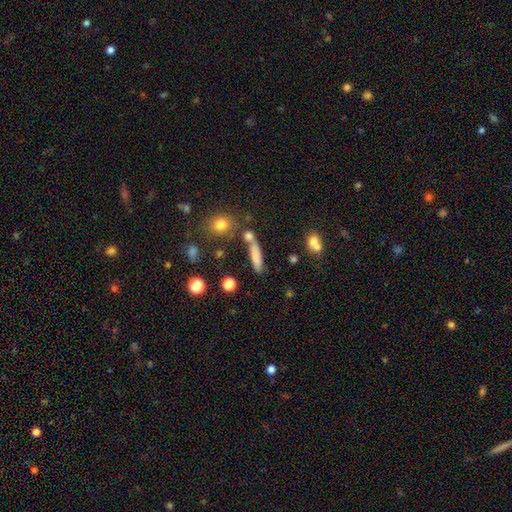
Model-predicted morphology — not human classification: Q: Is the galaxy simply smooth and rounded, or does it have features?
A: smooth — 73%.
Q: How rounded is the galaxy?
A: cigar-shaped — 75%.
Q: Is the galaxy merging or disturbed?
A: none — 62%.